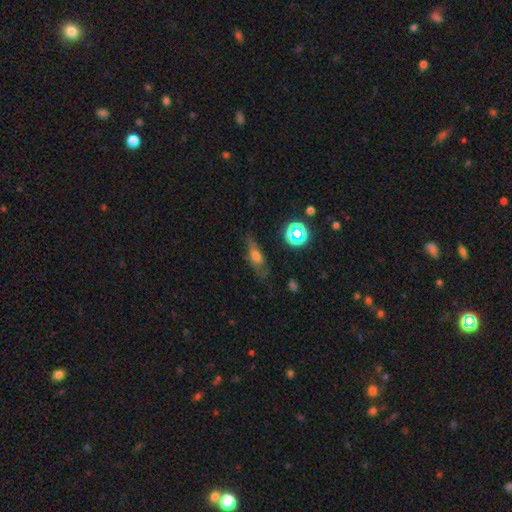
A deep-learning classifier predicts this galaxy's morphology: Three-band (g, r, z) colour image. It shows a smooth galaxy with no disk features (54%) that is in between round and cigar-shaped (59%). Merging: none (63%).